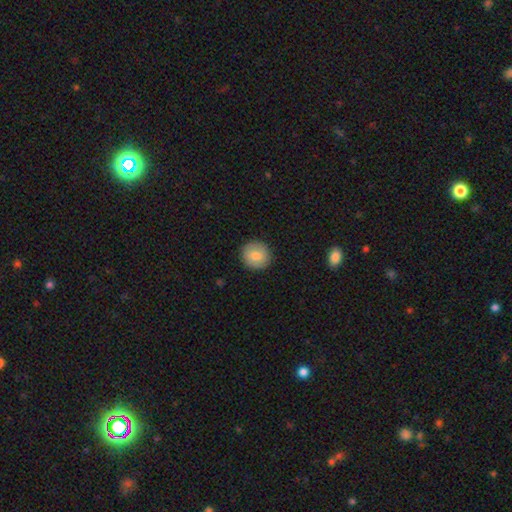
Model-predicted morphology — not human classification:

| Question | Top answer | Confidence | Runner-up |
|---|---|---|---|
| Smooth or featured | smooth | 80% | featured or disk (13%) |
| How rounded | round | 91% | in between (8%) |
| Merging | none | 90% | minor disturbance (7%) |